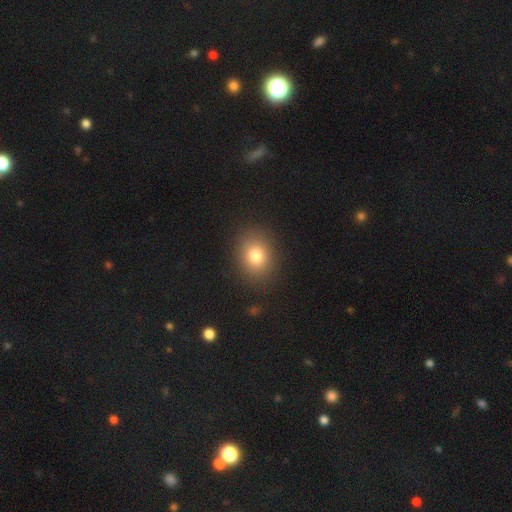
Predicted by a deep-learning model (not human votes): Morphology: type=smooth (79%); roundness=round (50%, tied with in between); merging=none (87%).